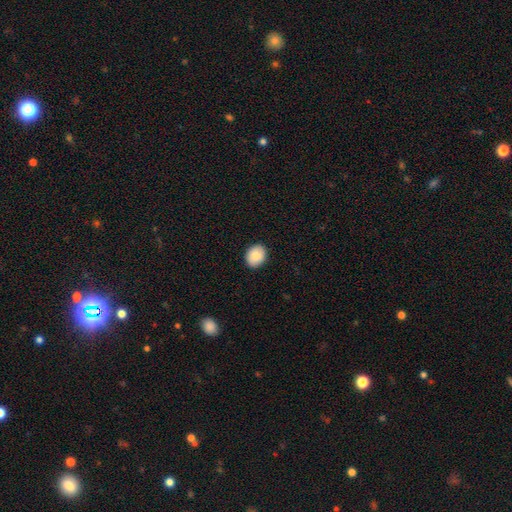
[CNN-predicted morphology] Smooth or featured: smooth — 84% (featured or disk — 8%)
How rounded: round — 52% (in between — 47%)
Merging: none — 90% (minor disturbance — 8%)